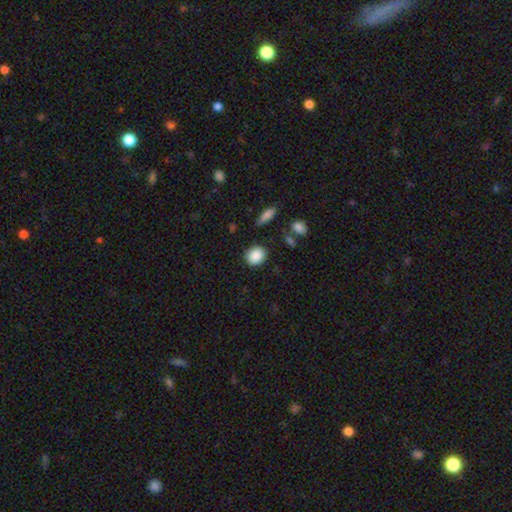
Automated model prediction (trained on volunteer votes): This appears to be a smooth galaxy with no disk features (88%) that is round (71%). Merging: none (86%).